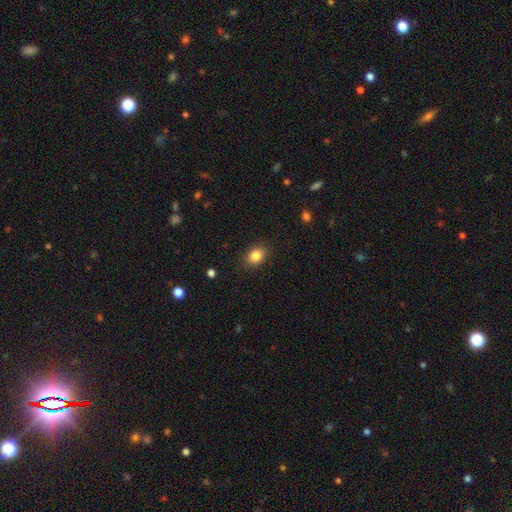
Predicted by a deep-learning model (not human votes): The model was most divided on "how rounded": in between: 63%, round: 36%, cigar-shaped: 1%. More confident: merging — none (87%); smooth or featured — smooth (85%).